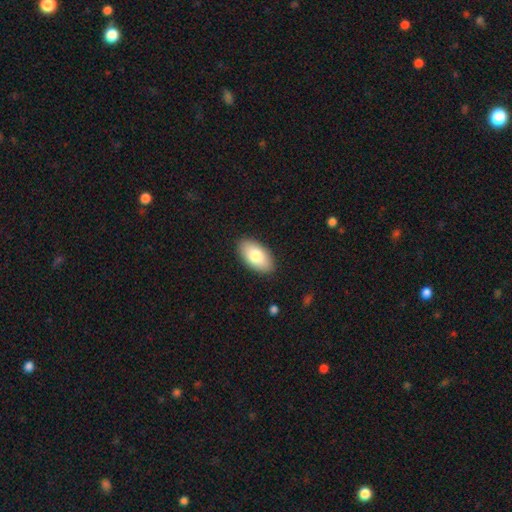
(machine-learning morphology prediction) smooth 81%, featured or disk 13%, star or artifact 6%. Down the decision tree: how rounded — in between (95%); merging — none (88%).